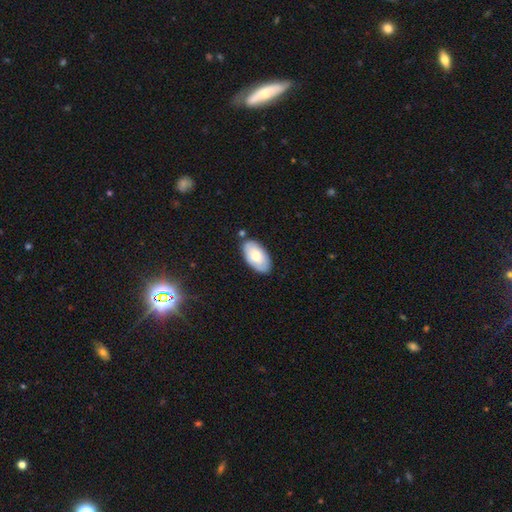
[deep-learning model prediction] Q: Smooth or featured?
A: smooth (70%); runner-up: featured or disk (24%)
Q: How rounded?
A: in between (95%); runner-up: round (3%)
Q: Merging?
A: none (80%); runner-up: minor disturbance (14%)